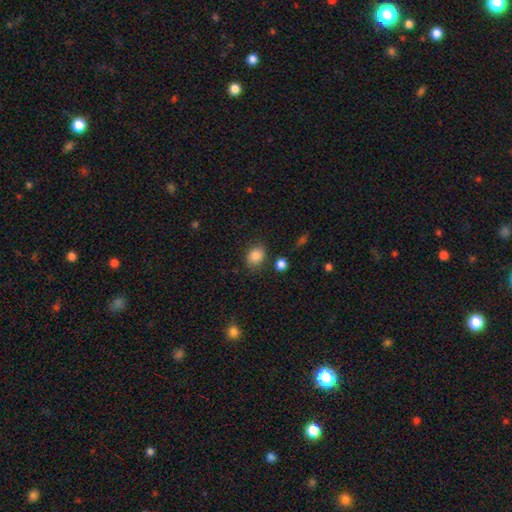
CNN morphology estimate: This is clearly a smooth galaxy (85%). How rounded: possibly in between (53%). Merging: likely none (79%).